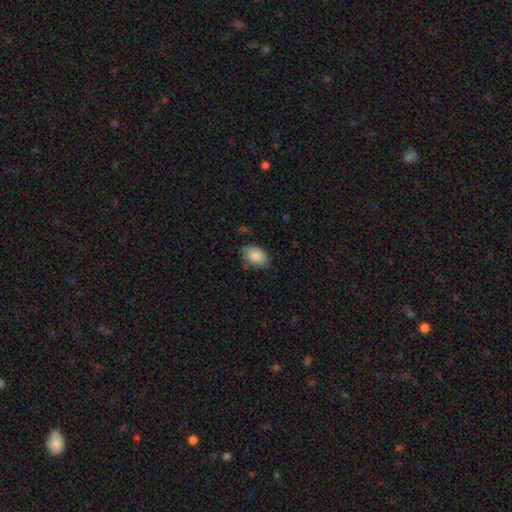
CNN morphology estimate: Smooth or featured: smooth — 87% (star or artifact — 6%)
How rounded: in between — 88% (round — 10%)
Merging: none — 75% (minor disturbance — 19%)